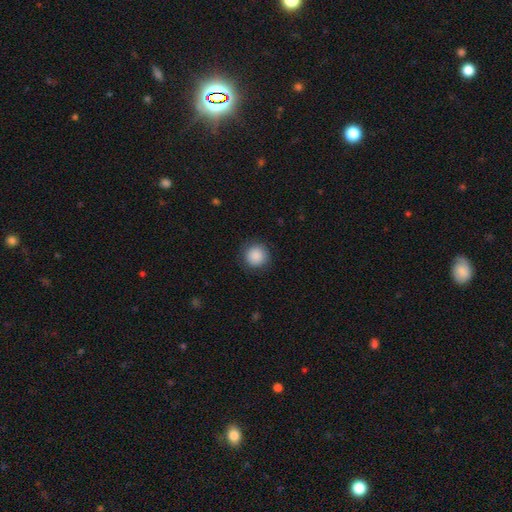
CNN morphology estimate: Q: Smooth or featured?
A: smooth (89%); runner-up: star or artifact (8%)
Q: How rounded?
A: round (95%); runner-up: in between (5%)
Q: Merging?
A: none (88%); runner-up: minor disturbance (8%)